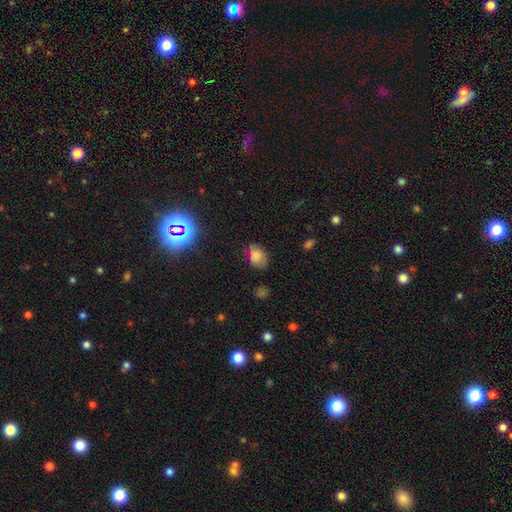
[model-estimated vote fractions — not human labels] Smooth or featured? Predicted: smooth (p=0.75). How rounded? Predicted: in between (p=0.67). Merging? Predicted: none (p=0.67).